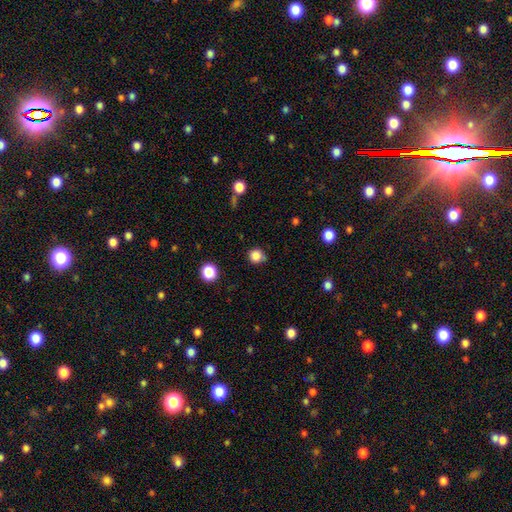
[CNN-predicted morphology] type=smooth (84%); roundness=round (91%); merging=none (77%).